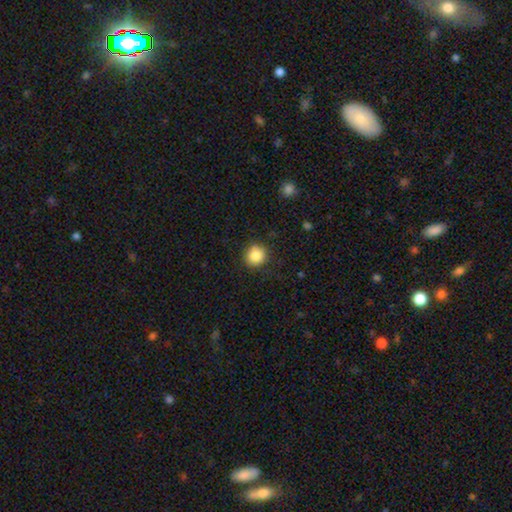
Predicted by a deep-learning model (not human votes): smooth 86%, star or artifact 10%, featured or disk 5%. Down the decision tree: how rounded — round (91%); merging — none (87%).